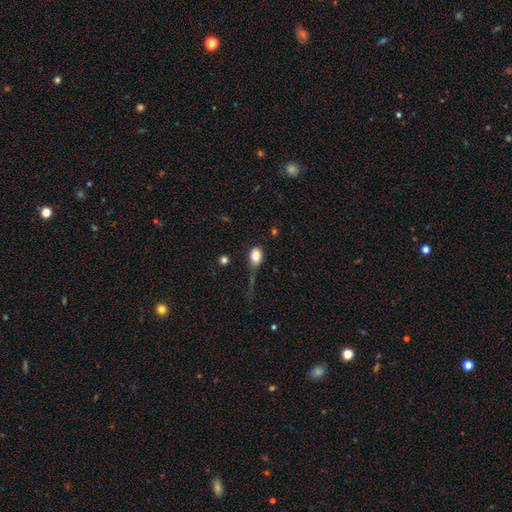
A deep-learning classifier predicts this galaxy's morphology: This is clearly a smooth galaxy (85%). How rounded: likely in between (80%). Merging: marginally none (40%).